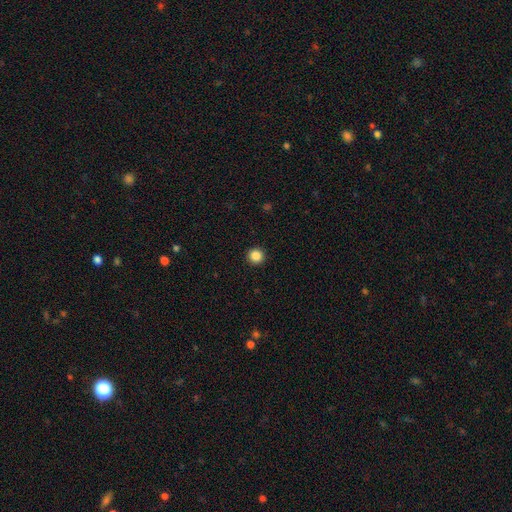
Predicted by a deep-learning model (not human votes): Morphology: type=smooth (86%); roundness=round (95%); merging=none (93%).